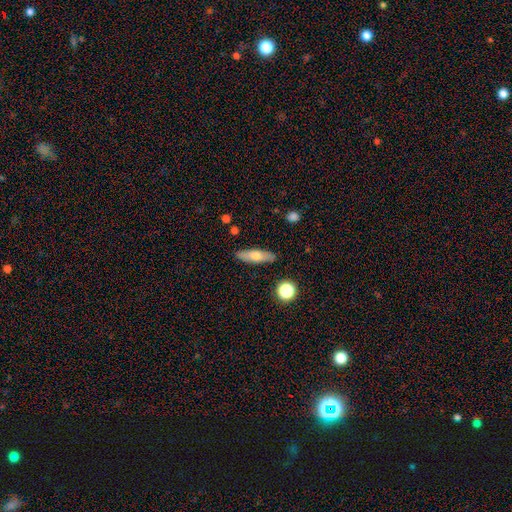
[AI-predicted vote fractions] Q: Smooth or featured?
A: smooth (64%); runner-up: featured or disk (29%)
Q: How rounded?
A: cigar-shaped (56%); runner-up: in between (41%)
Q: Merging?
A: none (87%); runner-up: minor disturbance (9%)